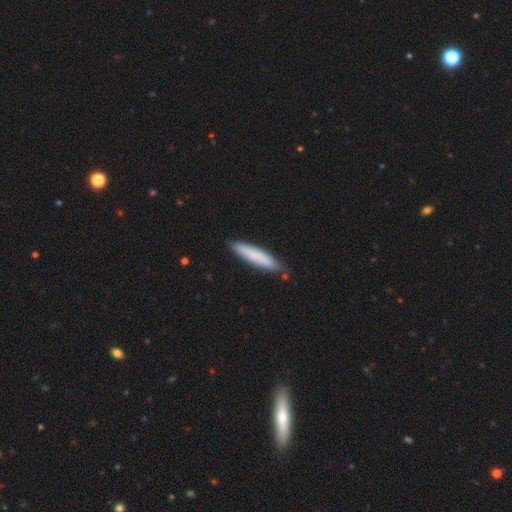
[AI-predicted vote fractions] smooth-or-featured: smooth: 80% | featured or disk: 14% | star or artifact: 6%
  how-rounded: cigar-shaped: 85% | in between: 14% | round: 1%
  merging: none: 83% | minor disturbance: 13% | merger: 2% | major disturbance: 2%